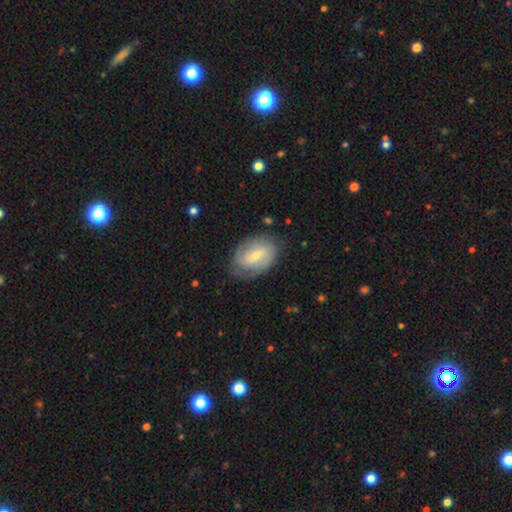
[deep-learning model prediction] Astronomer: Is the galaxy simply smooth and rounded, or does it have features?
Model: featured or disk — 61%.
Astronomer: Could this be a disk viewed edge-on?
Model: no — 96%.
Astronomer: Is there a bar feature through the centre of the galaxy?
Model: weak — 50% (runner-up: no, 30%).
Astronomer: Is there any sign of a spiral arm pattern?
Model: yes — 79%.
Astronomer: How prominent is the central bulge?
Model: small — 65%.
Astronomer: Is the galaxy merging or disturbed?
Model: none — 74%.